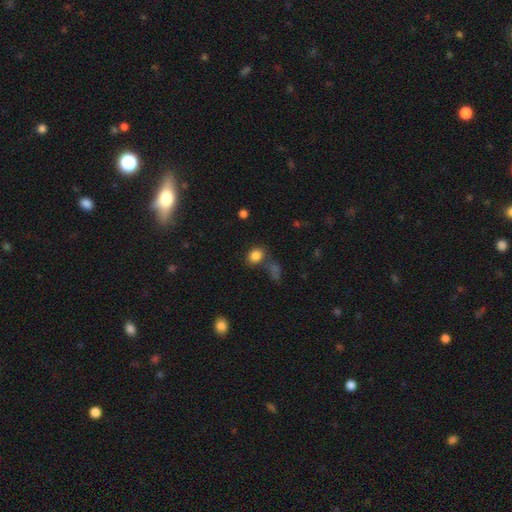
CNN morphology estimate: This is clearly a smooth galaxy (84%). How rounded: possibly in between (57%). Merging: likely none (66%).